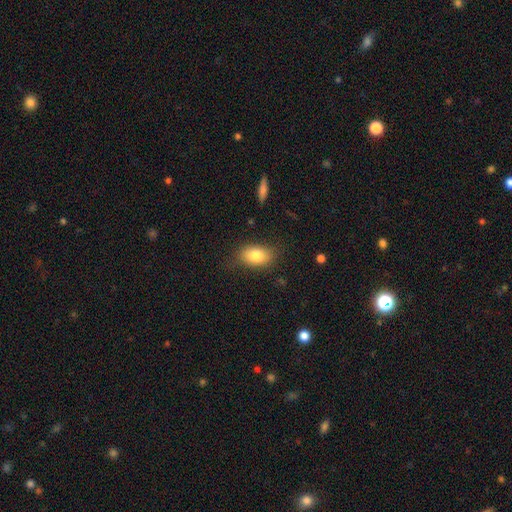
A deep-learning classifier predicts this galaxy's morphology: Overall: smooth (80%). How rounded: in between (86%). Merging: none (77%).